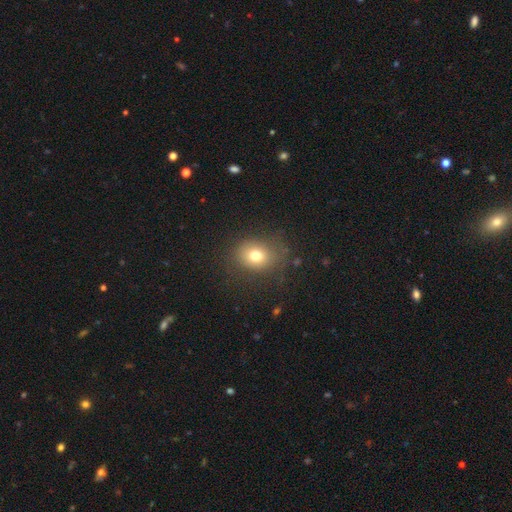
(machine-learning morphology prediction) The model was most divided on "how rounded": round: 60%, in between: 40%, cigar-shaped: 1%. More confident: merging — none (76%); smooth or featured — smooth (74%).